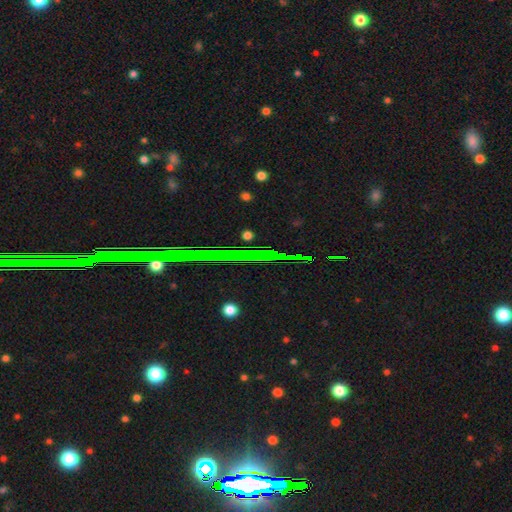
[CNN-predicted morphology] This is clearly a star or artifact rather than a galaxy (83%).